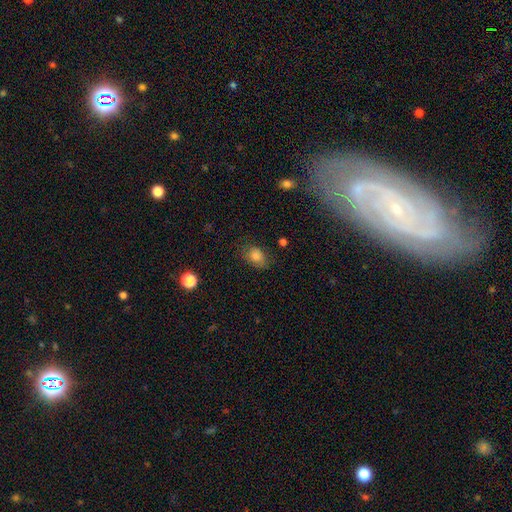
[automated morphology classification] A smooth galaxy with no disk features (81%) that is in between round and cigar-shaped (69%). Merging: none (72%).